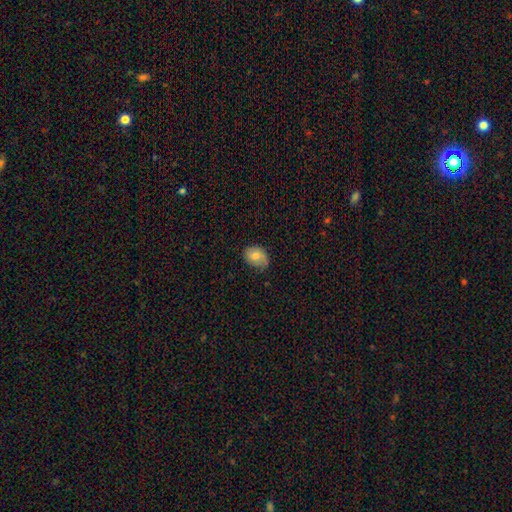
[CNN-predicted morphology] This is likely a smooth galaxy (69%). How rounded: likely in between (64%). Merging: likely none (65%).